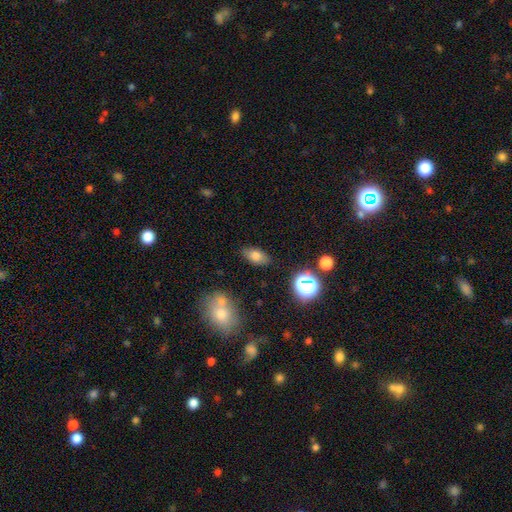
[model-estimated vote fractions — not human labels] Q: Smooth or featured?
A: smooth (76%); runner-up: star or artifact (13%)
Q: How rounded?
A: in between (88%); runner-up: round (9%)
Q: Merging?
A: none (81%); runner-up: minor disturbance (12%)